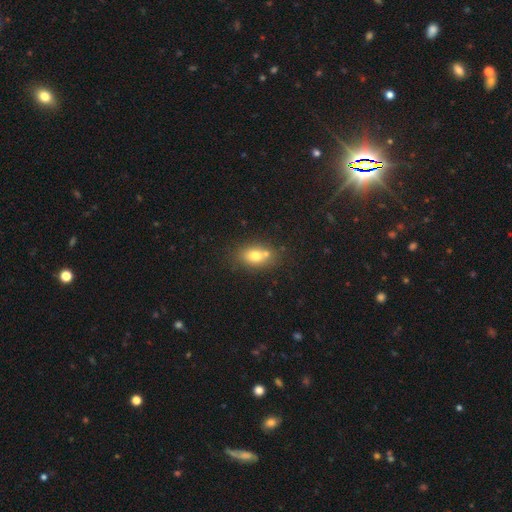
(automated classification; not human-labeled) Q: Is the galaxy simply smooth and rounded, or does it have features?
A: smooth — 73%.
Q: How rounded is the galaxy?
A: in between — 75%.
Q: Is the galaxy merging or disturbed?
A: none — 54%.